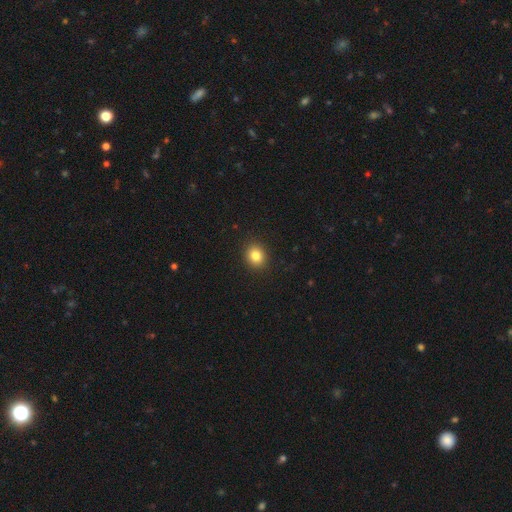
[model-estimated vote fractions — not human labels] Smooth or featured? smooth (83%)
How rounded? round (74%)
Merging? none (91%)